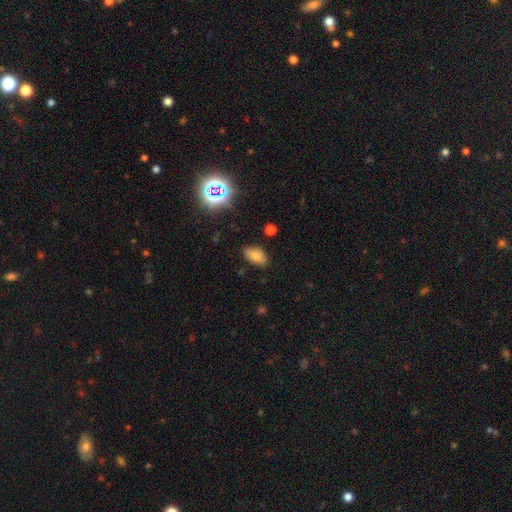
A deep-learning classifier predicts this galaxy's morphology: A smooth galaxy with no disk features (76%) that is in between round and cigar-shaped (92%).

Vote fractions:
- Smooth or featured? smooth: 76% / star or artifact: 14% / featured or disk: 10%
- How rounded? in between: 92% / round: 6% / cigar-shaped: 3%
- Merging? none: 81% / minor disturbance: 14% / major disturbance: 3% / merger: 2%